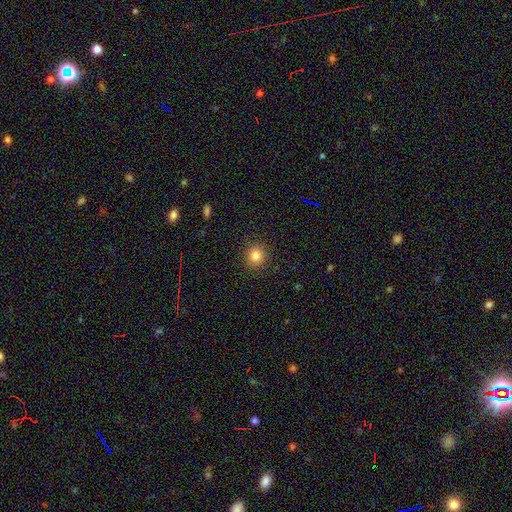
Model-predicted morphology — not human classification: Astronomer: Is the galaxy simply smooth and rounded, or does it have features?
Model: smooth — 82%.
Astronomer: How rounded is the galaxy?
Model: round — 90%.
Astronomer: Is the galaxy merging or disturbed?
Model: none — 91%.